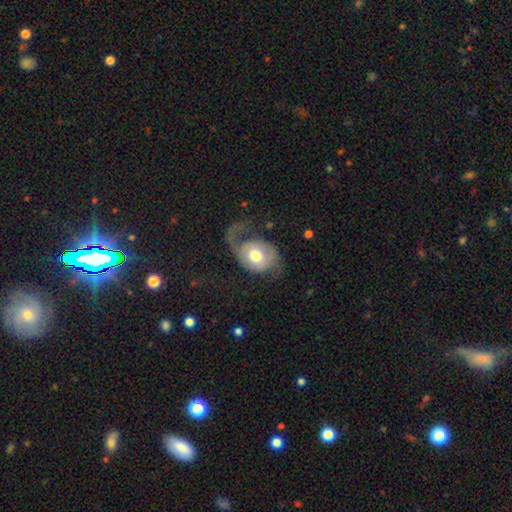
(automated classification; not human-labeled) Morphology: type=featured or disk (53%); edge-on=no (96%); bar=no (76%); spiral arms=yes (71%); bulge=moderate (67%); merging=major disturbance (52%).